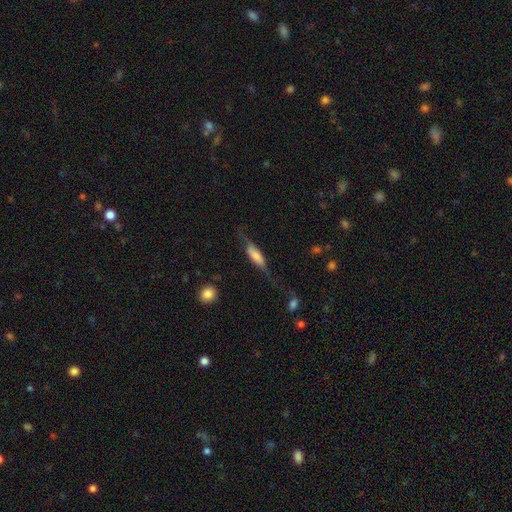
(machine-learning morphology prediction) type=smooth (50%); merging=none (49%).